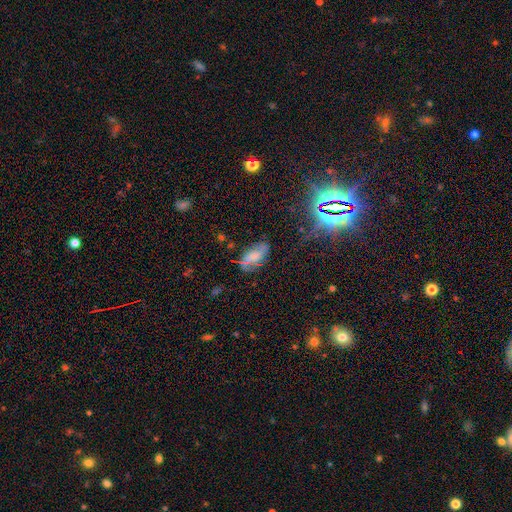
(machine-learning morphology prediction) Smooth or featured: smooth — 50% (featured or disk — 37%)
How rounded: in between — 89% (cigar-shaped — 7%)
Merging: none — 63% (minor disturbance — 24%)